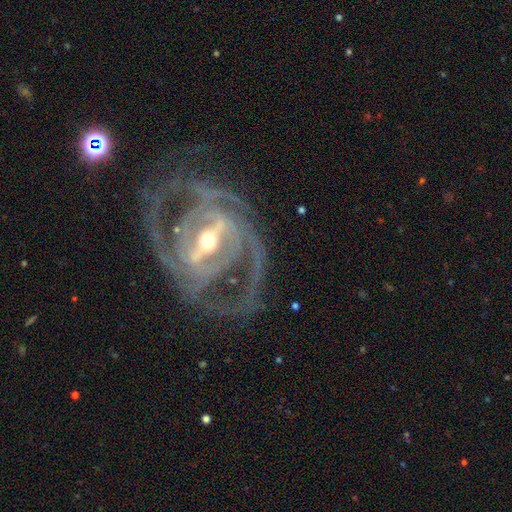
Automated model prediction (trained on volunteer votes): This is clearly a featured or disk galaxy (91%). It is clearly not viewed edge-on (96%). Bar: likely strong (70%). Spiral arm pattern: clearly yes (96%). Spiral arm count: marginally 2 (41%). Spiral winding: possibly medium (45%). Central bulge: possibly moderate (52%). Merging: likely none (66%).